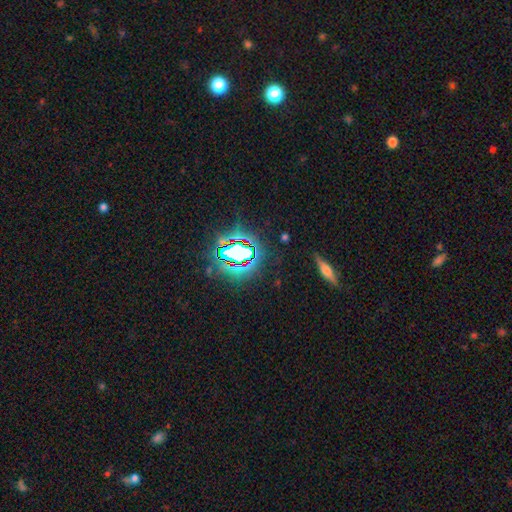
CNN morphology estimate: type=star or artifact (78%).